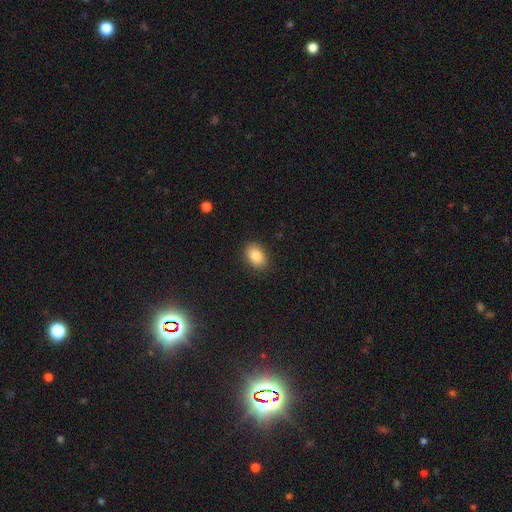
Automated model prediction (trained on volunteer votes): smooth-or-featured: smooth: 85% | star or artifact: 8% | featured or disk: 7%
  how-rounded: in between: 83% | round: 16% | cigar-shaped: 1%
  merging: none: 87% | minor disturbance: 9% | major disturbance: 2% | merger: 1%